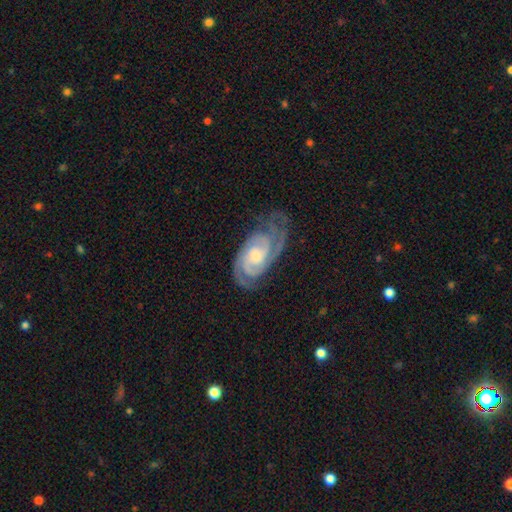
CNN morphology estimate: featured or disk 90%, smooth 6%, star or artifact 4%. Down the decision tree: edge-on disk — no (97%); bar — no (59%); spiral arms — yes (98%); spiral arm count — 2 (47%); spiral winding — tight (66%); bulge size — small (51%); merging — none (67%).